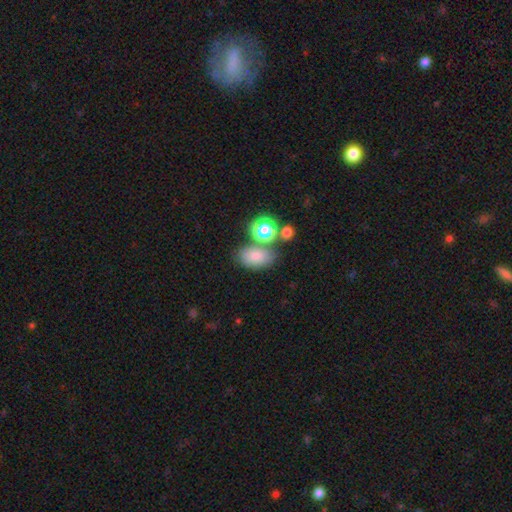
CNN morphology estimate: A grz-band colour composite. It shows a smooth galaxy with no disk features (74%) that is in between round and cigar-shaped (80%). Merging: none (62%).